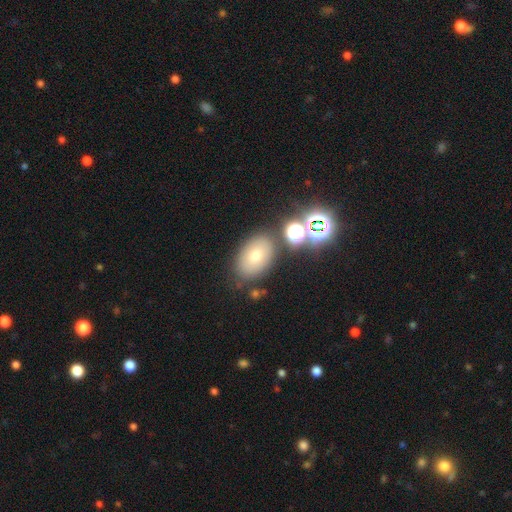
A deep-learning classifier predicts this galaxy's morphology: Smooth or featured?
  - smooth: 68% *
  - featured or disk: 17%
  - star or artifact: 15%
How rounded?
  - in between: 83% *
  - round: 16%
  - cigar-shaped: 1%
Merging?
  - none: 77% *
  - minor disturbance: 12%
  - merger: 7%
  - major disturbance: 4%